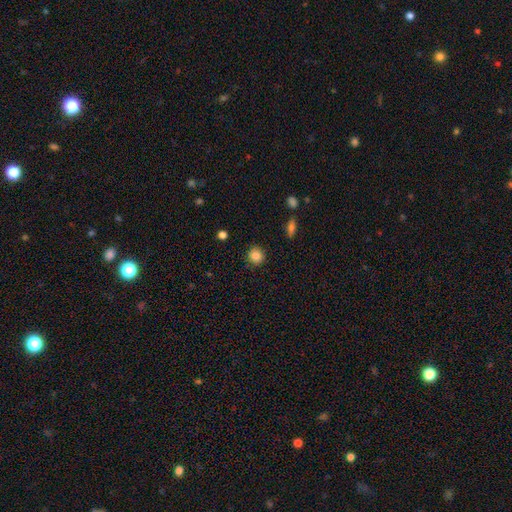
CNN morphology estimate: This is clearly a smooth galaxy (85%). How rounded: clearly round (91%). Merging: clearly none (89%).